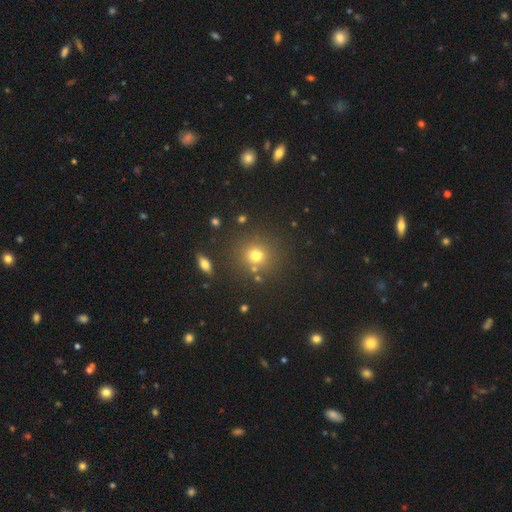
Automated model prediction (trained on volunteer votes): Overall: smooth (73%). How rounded: round (87%). Merging: none (80%).